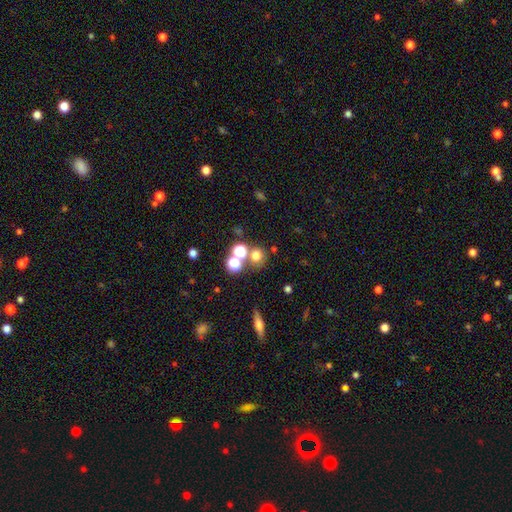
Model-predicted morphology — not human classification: smooth-or-featured: smooth: 67% | star or artifact: 23% | featured or disk: 10%
  how-rounded: round: 87% | in between: 12% | cigar-shaped: 1%
  merging: none: 64% | merger: 23% | minor disturbance: 8% | major disturbance: 4%